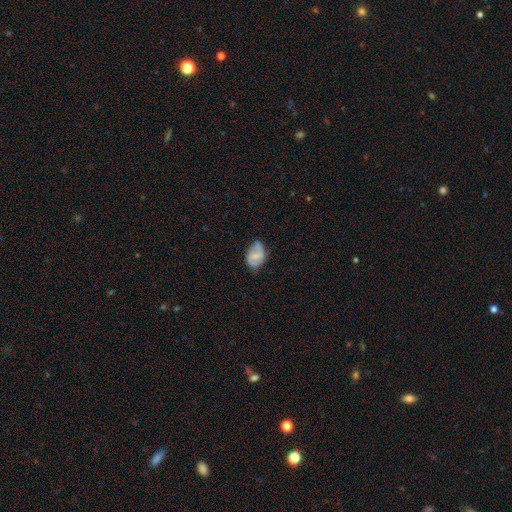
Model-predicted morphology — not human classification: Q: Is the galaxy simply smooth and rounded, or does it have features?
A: featured or disk — 48%.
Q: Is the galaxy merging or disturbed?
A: none — 54%.